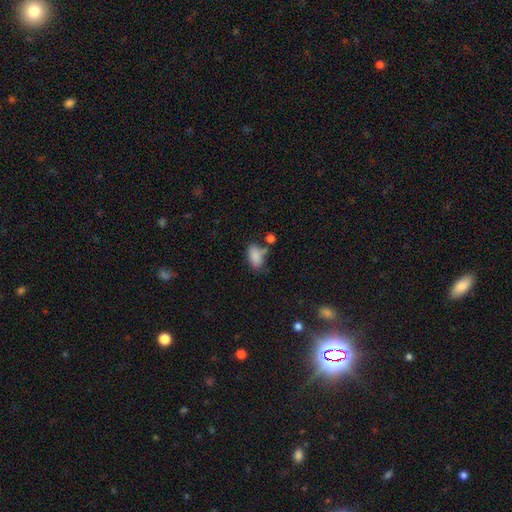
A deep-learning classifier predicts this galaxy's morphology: smooth_or_featured: smooth (p=0.84) [alt: star or artifact p=0.09]
how_rounded: in between (p=0.91) [alt: round p=0.06]
merging: none (p=0.48) [alt: minor disturbance p=0.24]